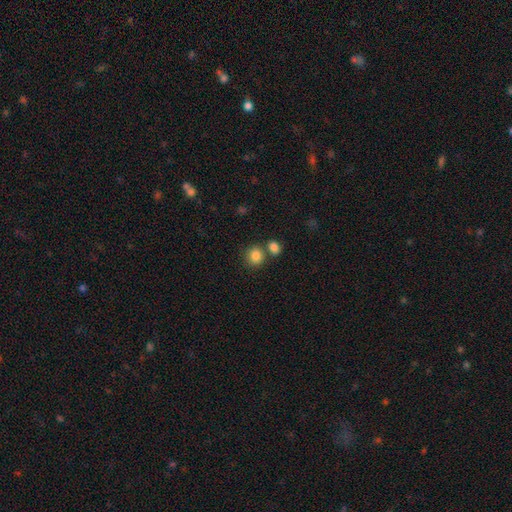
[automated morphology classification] This appears to be a smooth galaxy with no disk features (85%) that is round (79%). Merging: none (63%).